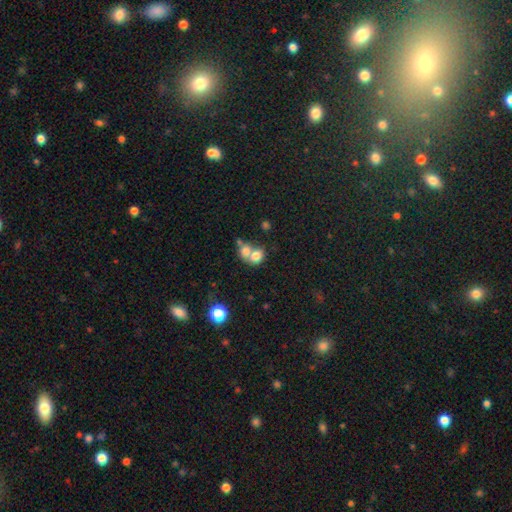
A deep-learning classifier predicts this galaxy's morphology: Q: Smooth or featured?
A: smooth (74%); runner-up: featured or disk (16%)
Q: How rounded?
A: round (50%); runner-up: in between (49%)
Q: Merging?
A: merger (68%); runner-up: none (22%)